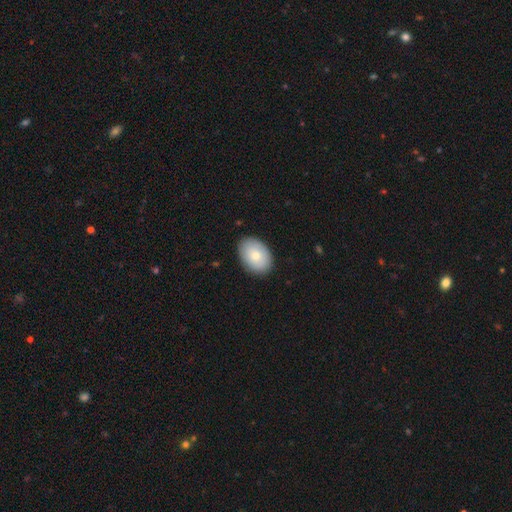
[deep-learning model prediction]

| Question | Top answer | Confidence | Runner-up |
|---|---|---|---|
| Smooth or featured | smooth | 76% | featured or disk (18%) |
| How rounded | in between | 83% | round (16%) |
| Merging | none | 87% | minor disturbance (10%) |